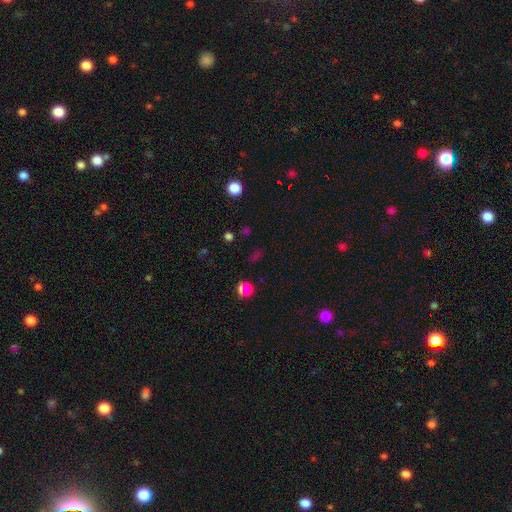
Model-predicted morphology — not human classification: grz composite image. It shows a smooth galaxy with no disk features (48%). Merging: none (77%).